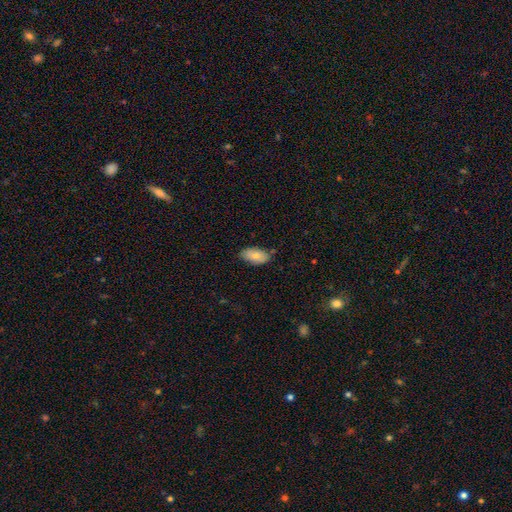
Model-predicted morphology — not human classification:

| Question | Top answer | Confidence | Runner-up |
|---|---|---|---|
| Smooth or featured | smooth | 78% | featured or disk (16%) |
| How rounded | in between | 94% | round (3%) |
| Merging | none | 77% | minor disturbance (19%) |